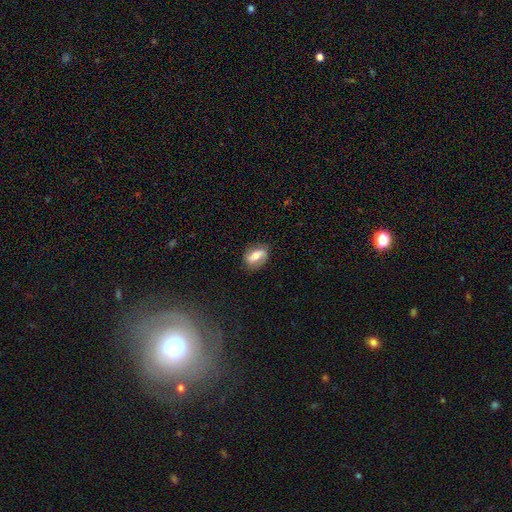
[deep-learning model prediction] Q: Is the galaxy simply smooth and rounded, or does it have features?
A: featured or disk — 50%.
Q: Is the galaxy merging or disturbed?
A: none — 78%.